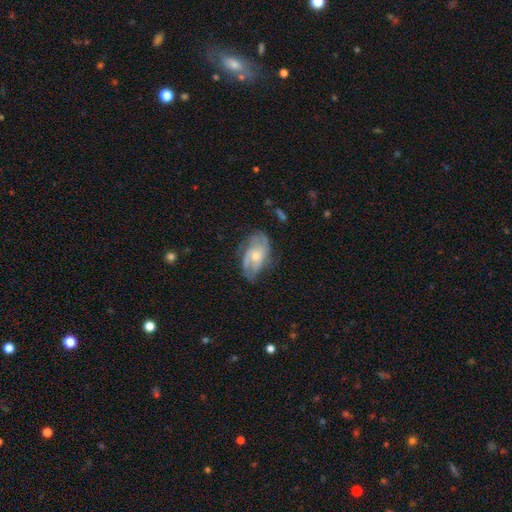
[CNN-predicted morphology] Q: Smooth or featured?
A: featured or disk (63%); runner-up: smooth (31%)
Q: Edge-on disk?
A: no (94%); runner-up: yes (6%)
Q: Bar?
A: no (75%); runner-up: weak (21%)
Q: Spiral arms?
A: yes (74%); runner-up: no (26%)
Q: Bulge size?
A: moderate (49%); runner-up: small (45%)
Q: Merging?
A: none (56%); runner-up: minor disturbance (28%)